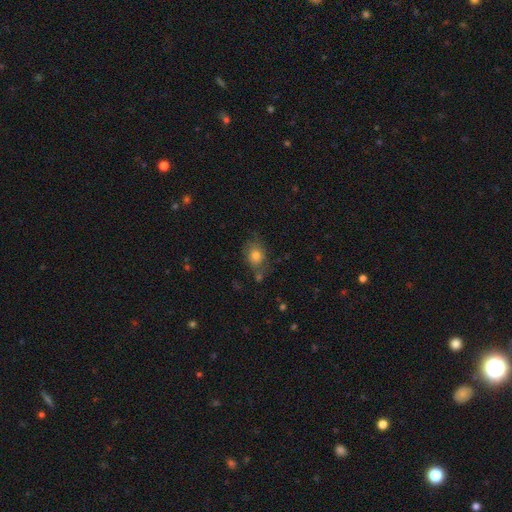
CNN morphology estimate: A smooth galaxy with no disk features (75%) that is in between round and cigar-shaped (51%).

Vote fractions:
- Smooth or featured? smooth: 75% / featured or disk: 15% / star or artifact: 10%
- How rounded? in between: 51% / round: 48% / cigar-shaped: 1%
- Merging? none: 62% / minor disturbance: 22% / major disturbance: 9% / merger: 8%